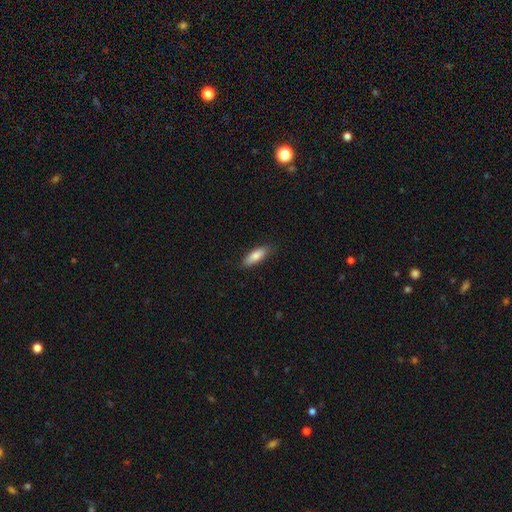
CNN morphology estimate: Overall: smooth (81%). How rounded: in between (59%; cigar-shaped 39%). Merging: none (84%).